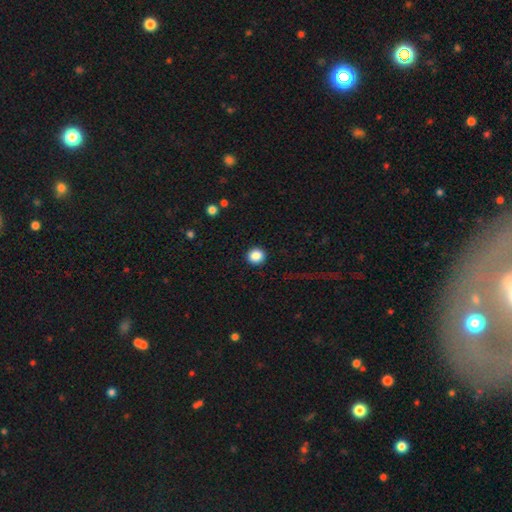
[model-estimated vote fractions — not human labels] This is clearly a smooth galaxy (88%). How rounded: clearly round (89%). Merging: clearly none (92%).